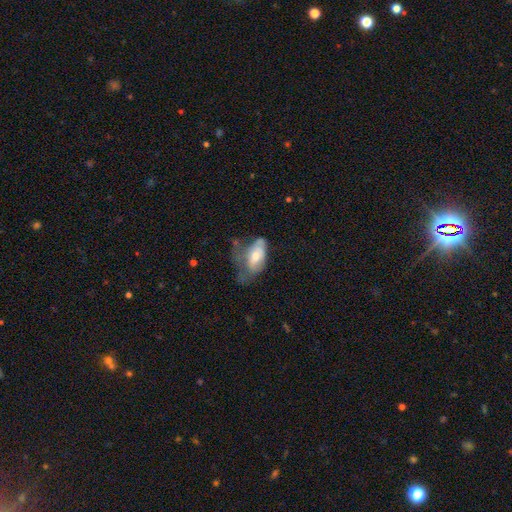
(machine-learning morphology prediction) smooth-or-featured: smooth: 55% | featured or disk: 37% | star or artifact: 7%
  how-rounded: in between: 89% | round: 5% | cigar-shaped: 5%
  merging: major disturbance: 39% | minor disturbance: 33% | none: 23% | merger: 5%